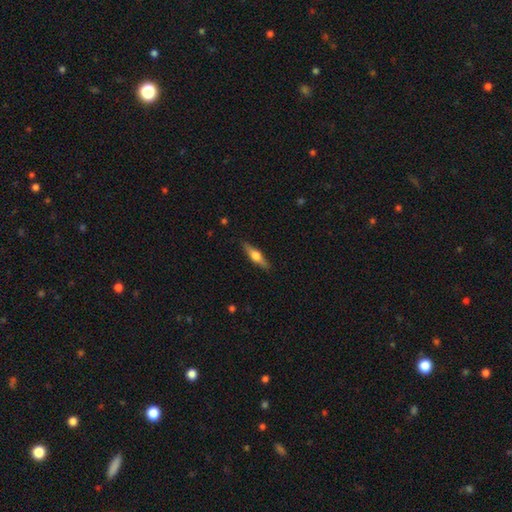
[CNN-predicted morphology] Smooth or featured? Predicted: featured or disk (p=0.57). Edge-on disk? Predicted: yes (p=0.95). Edge-on bulge? Predicted: rounded (p=0.93). Merging? Predicted: none (p=0.89).